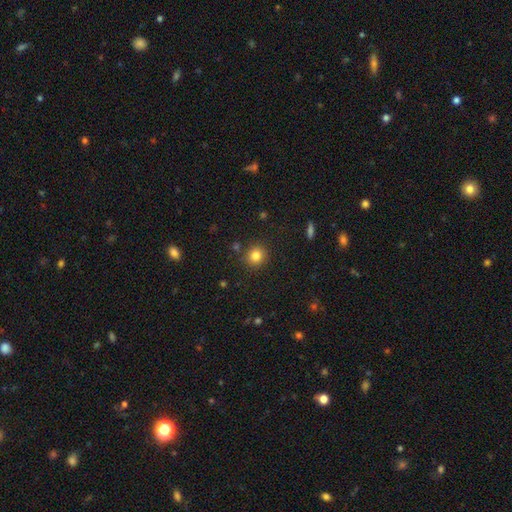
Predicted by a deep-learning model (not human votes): smooth-or-featured: smooth: 82% | star or artifact: 12% | featured or disk: 6%
  how-rounded: round: 89% | in between: 10% | cigar-shaped: 1%
  merging: none: 87% | minor disturbance: 7% | merger: 3% | major disturbance: 2%